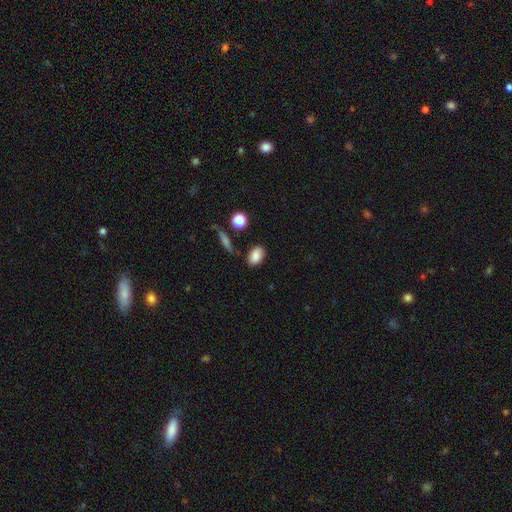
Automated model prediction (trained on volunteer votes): smooth-or-featured: smooth: 86% | star or artifact: 8% | featured or disk: 6%
  how-rounded: in between: 87% | round: 11% | cigar-shaped: 2%
  merging: none: 78% | minor disturbance: 15% | merger: 4% | major disturbance: 4%